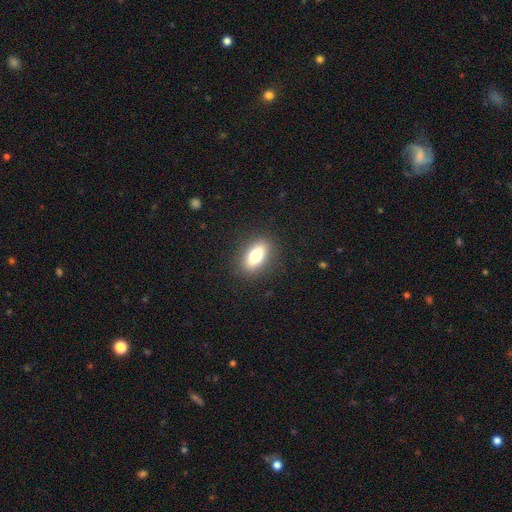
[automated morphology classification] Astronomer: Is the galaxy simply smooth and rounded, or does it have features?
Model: smooth — 76%.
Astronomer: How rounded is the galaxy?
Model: in between — 82%.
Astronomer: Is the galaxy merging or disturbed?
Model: none — 88%.